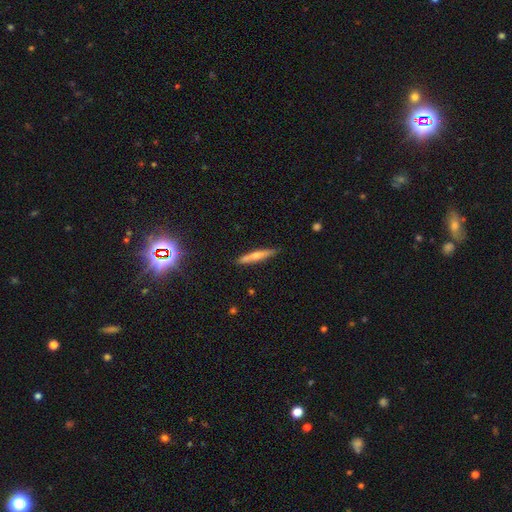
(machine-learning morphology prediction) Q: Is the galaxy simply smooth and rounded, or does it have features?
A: smooth — 56%.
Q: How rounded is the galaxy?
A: cigar-shaped — 91%.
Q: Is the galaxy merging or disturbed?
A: none — 85%.